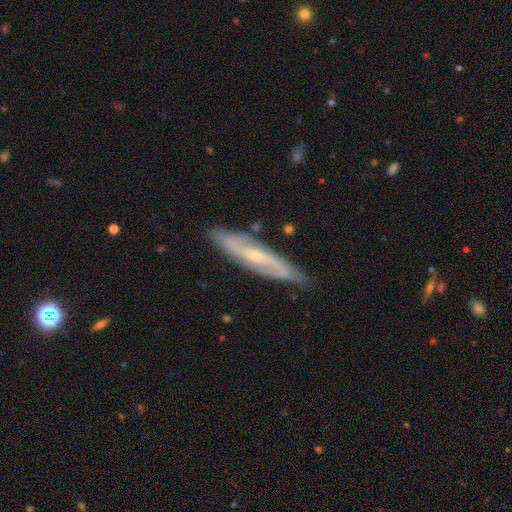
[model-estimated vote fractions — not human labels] Smooth or featured?
  - featured or disk: 79% *
  - smooth: 15%
  - star or artifact: 6%
Edge-on disk?
  - no: 69% *
  - yes: 31%
Bar?
  - weak: 43% *
  - no: 38%
  - strong: 19%
Spiral arms?
  - yes: 93% *
  - no: 7%
Spiral winding?
  - medium: 43% *
  - loose: 32%
  - tight: 25%
Spiral arm count?
  - 2: 79% *
  - can't tell: 13%
  - 3: 3%
  - 1: 2%
  - 4: 2%
  - more than 4: 1%
Bulge size?
  - small: 65% *
  - moderate: 30%
  - none: 3%
  - large: 1%
  - dominant: 1%
Merging?
  - none: 80% *
  - minor disturbance: 15%
  - major disturbance: 3%
  - merger: 2%